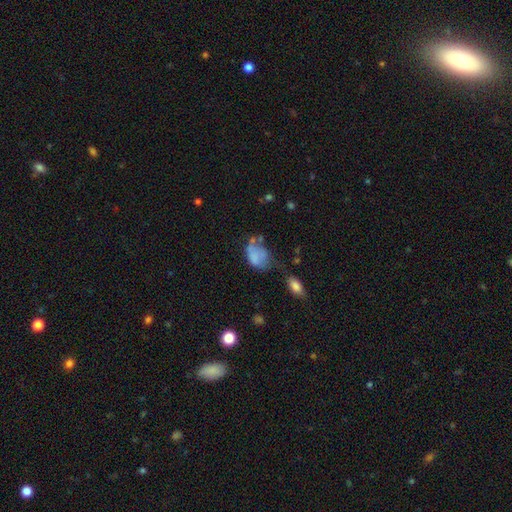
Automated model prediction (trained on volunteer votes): Smooth or featured? Predicted: smooth (p=0.69). How rounded? Predicted: in between (p=0.78). Merging? Predicted: major disturbance (p=0.31).